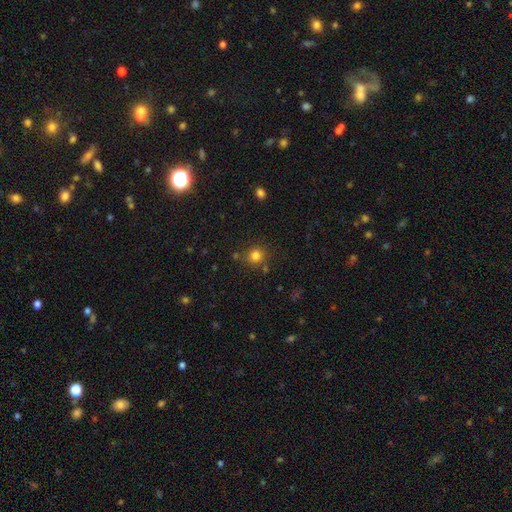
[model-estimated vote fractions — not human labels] Smooth or featured? Predicted: smooth (p=0.80). How rounded? Predicted: round (p=0.90). Merging? Predicted: none (p=0.80).